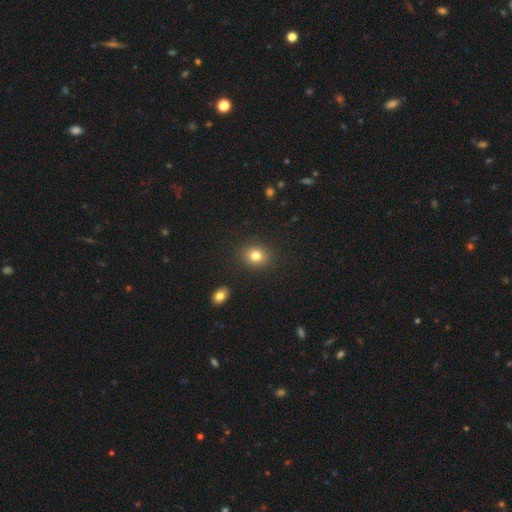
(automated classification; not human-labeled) A smooth galaxy with no disk features (80%) that is round (60%).

Vote fractions:
- Smooth or featured? smooth: 80% / star or artifact: 12% / featured or disk: 8%
- How rounded? round: 60% / in between: 39% / cigar-shaped: 1%
- Merging? none: 88% / minor disturbance: 8% / major disturbance: 3% / merger: 2%